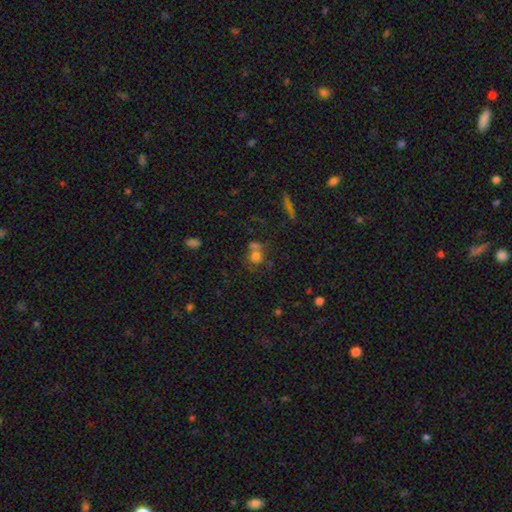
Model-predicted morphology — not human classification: Smooth or featured? Predicted: smooth (p=0.64). How rounded? Predicted: round (p=0.77). Merging? Predicted: none (p=0.43).